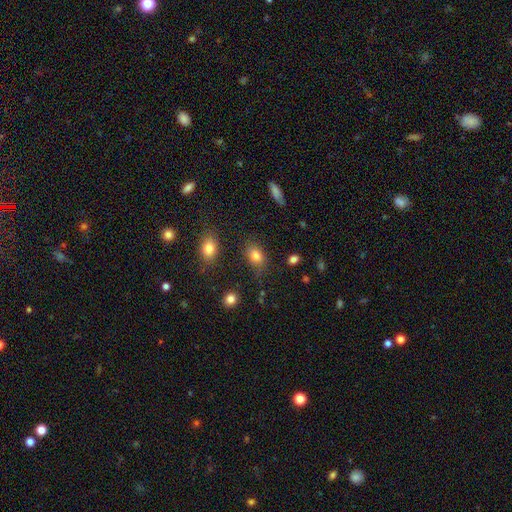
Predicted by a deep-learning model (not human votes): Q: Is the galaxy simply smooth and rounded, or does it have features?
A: smooth — 82%.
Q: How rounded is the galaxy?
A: in between — 75%.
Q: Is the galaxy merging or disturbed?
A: none — 72%.